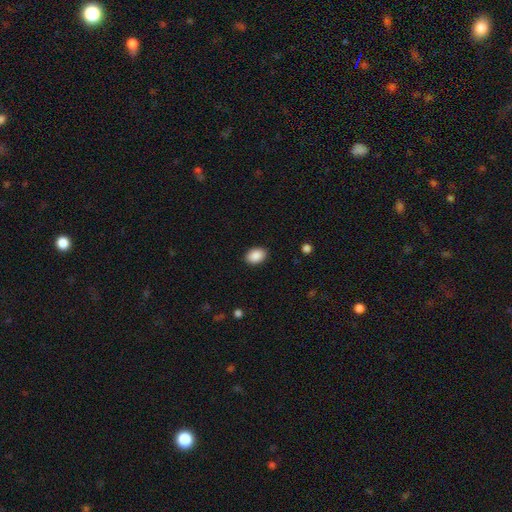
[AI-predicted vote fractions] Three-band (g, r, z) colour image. It shows a smooth galaxy with no disk features (89%) that is in between round and cigar-shaped (76%). Merging: none (89%).